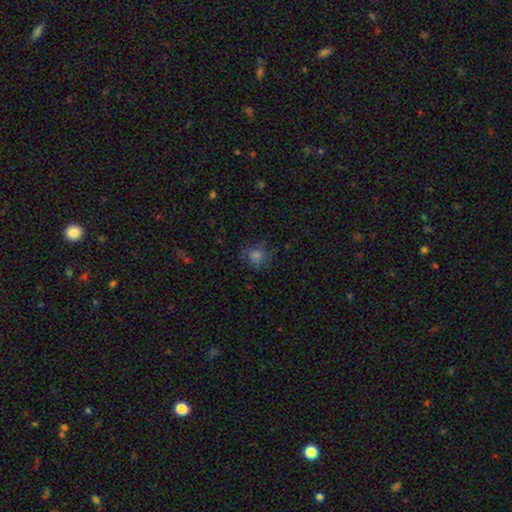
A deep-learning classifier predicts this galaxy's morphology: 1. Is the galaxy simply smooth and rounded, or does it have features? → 71% smooth, 19% star or artifact, 10% featured or disk.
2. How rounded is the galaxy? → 83% round, 16% in between, 1% cigar-shaped.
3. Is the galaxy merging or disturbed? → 75% none, 17% minor disturbance, 7% major disturbance, 2% merger.